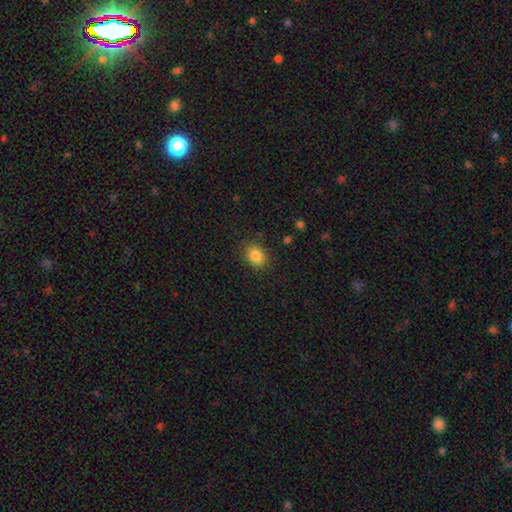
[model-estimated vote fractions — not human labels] Smooth or featured? Predicted: smooth (p=0.85). How rounded? Predicted: in between (p=0.60). Merging? Predicted: none (p=0.84).